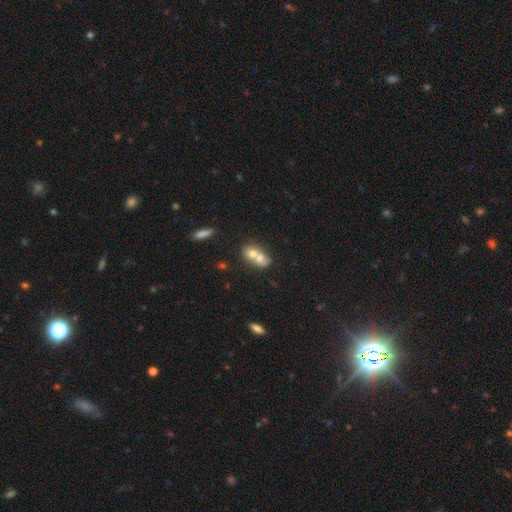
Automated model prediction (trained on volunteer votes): Q: Smooth or featured?
A: smooth (66%); runner-up: featured or disk (25%)
Q: How rounded?
A: in between (56%); runner-up: round (41%)
Q: Merging?
A: merger (75%); runner-up: none (16%)